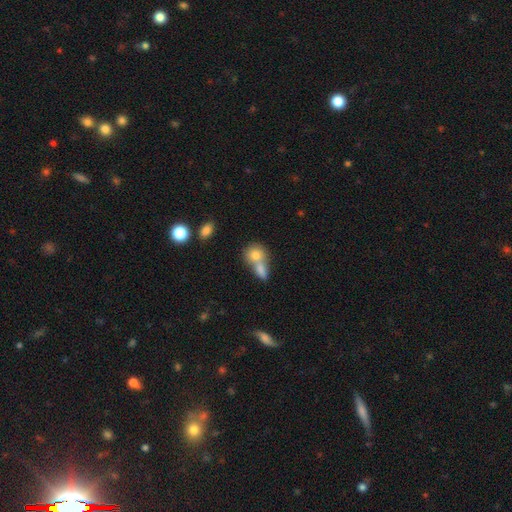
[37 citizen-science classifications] Morphology: type=smooth (81%); roundness=round (60%); merging=merger (63%).